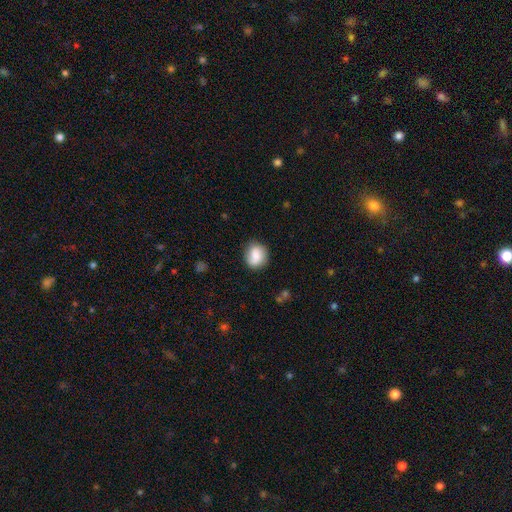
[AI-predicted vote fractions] Smooth or featured? Predicted: smooth (p=0.81). How rounded? Predicted: round (p=0.69). Merging? Predicted: none (p=0.79).